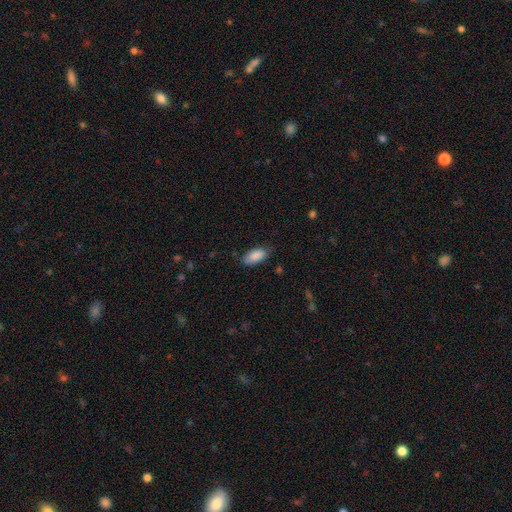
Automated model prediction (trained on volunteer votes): This appears to be a smooth galaxy with no disk features (89%) that is in between round and cigar-shaped (90%). Merging: none (79%).